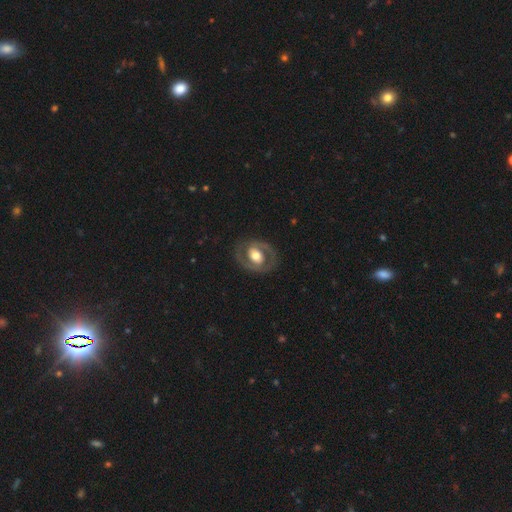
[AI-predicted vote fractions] A featured or disk galaxy (70%) with no bar (51%), spiral arms (57%) and a moderate central bulge (55%). Merging: none (80%).